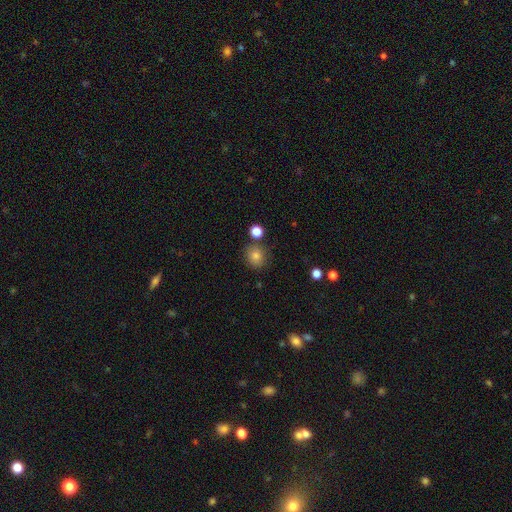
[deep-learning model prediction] Smooth or featured?
  - smooth: 81% *
  - star or artifact: 12%
  - featured or disk: 7%
How rounded?
  - round: 83% *
  - in between: 16%
  - cigar-shaped: 1%
Merging?
  - none: 79% *
  - minor disturbance: 10%
  - merger: 8%
  - major disturbance: 3%